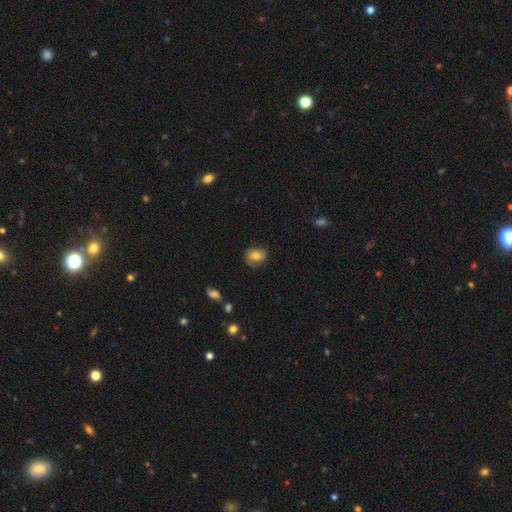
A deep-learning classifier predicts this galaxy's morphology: Smooth or featured: smooth — 70% (featured or disk — 20%)
How rounded: in between — 50% (round — 49%)
Merging: none — 73% (minor disturbance — 21%)